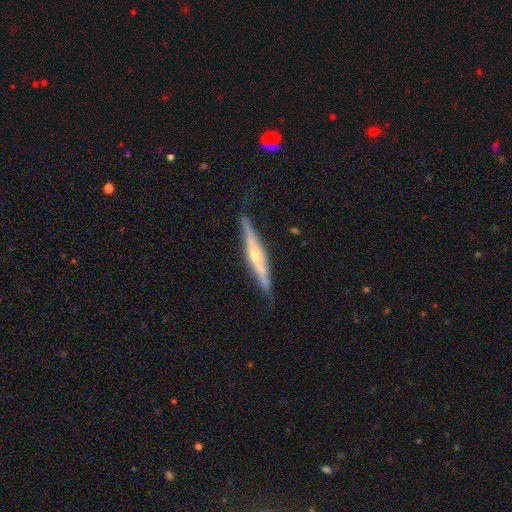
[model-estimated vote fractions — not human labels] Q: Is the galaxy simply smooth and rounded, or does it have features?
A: featured or disk — 73%.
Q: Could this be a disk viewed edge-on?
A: yes — 92%.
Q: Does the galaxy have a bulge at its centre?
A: rounded — 77%.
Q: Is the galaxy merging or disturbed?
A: none — 78%.